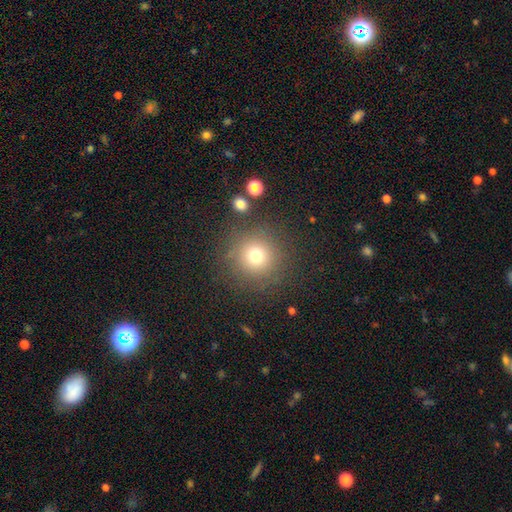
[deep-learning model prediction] Smooth or featured: smooth — 73% (star or artifact — 17%)
How rounded: round — 94% (in between — 5%)
Merging: none — 84% (minor disturbance — 8%)